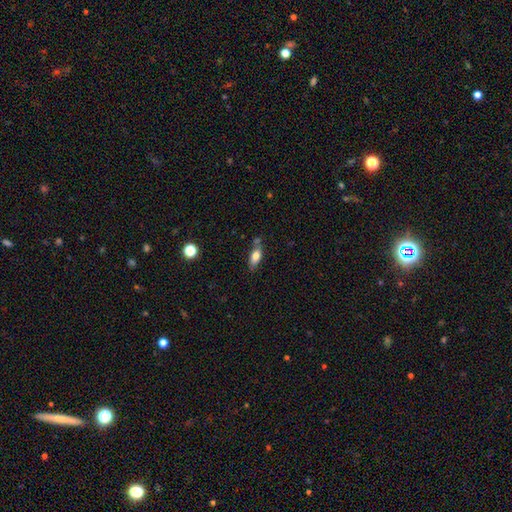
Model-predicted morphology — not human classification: smooth 72%, featured or disk 20%, star or artifact 8%. Down the decision tree: how rounded — in between (77%); merging — none (64%).